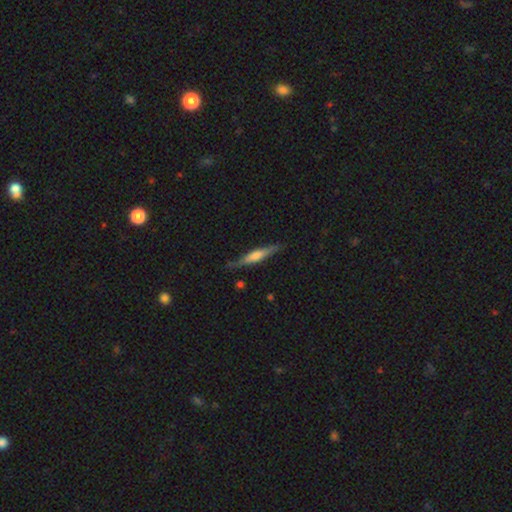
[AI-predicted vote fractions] Q: Smooth or featured?
A: featured or disk (58%); runner-up: smooth (37%)
Q: Edge-on disk?
A: yes (95%); runner-up: no (5%)
Q: Edge-on bulge?
A: rounded (63%); runner-up: boxy (22%)
Q: Merging?
A: none (81%); runner-up: minor disturbance (14%)